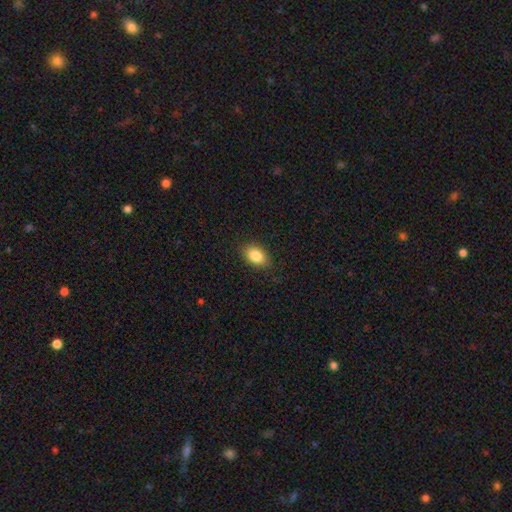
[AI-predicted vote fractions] smooth 85%, star or artifact 8%, featured or disk 7%. Down the decision tree: how rounded — in between (83%); merging — none (86%).